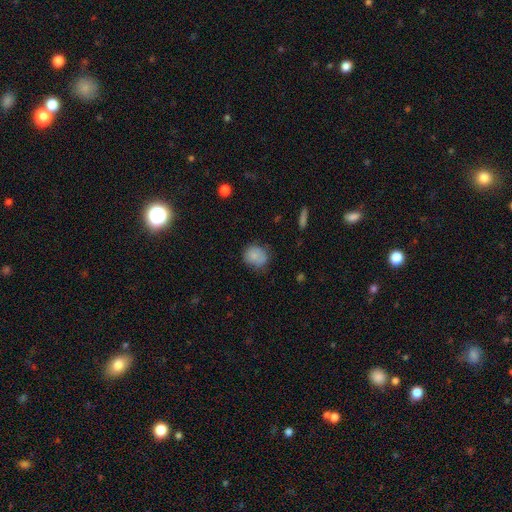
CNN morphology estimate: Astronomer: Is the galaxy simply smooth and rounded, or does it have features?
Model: smooth — 81%.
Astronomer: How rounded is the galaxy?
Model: round — 70%.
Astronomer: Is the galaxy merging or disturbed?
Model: none — 65%.